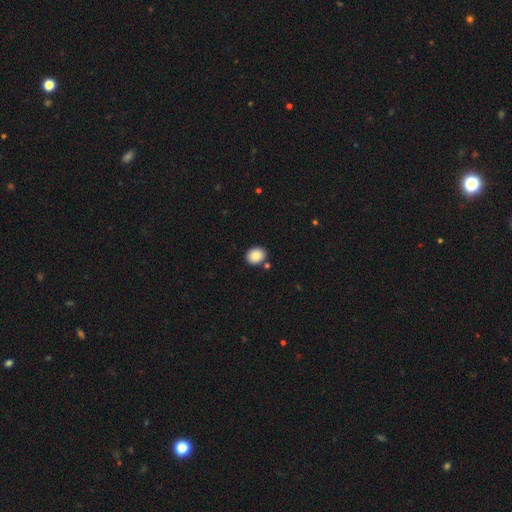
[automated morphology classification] smooth 88%, star or artifact 8%, featured or disk 4%. Down the decision tree: how rounded — round (56%); merging — none (83%).